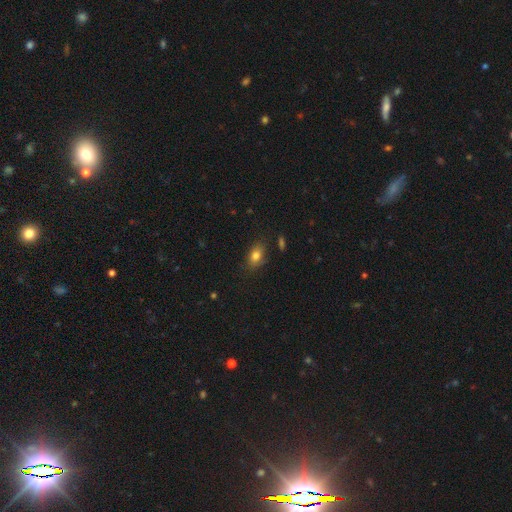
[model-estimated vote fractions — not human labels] This appears to be a smooth galaxy with no disk features (80%) that is in between round and cigar-shaped (80%). Merging: none (79%).